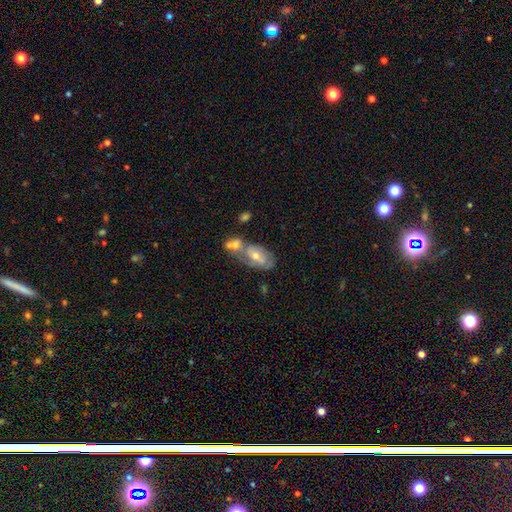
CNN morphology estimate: The model was most divided on "bulge size": moderate: 58%, small: 37%, large: 3%, none: 2%, dominant: 1%. More confident: edge-on disk — no (94%); spiral arms — yes (73%); smooth or featured — featured or disk (64%); bar — no (60%); merging — merger (54%).